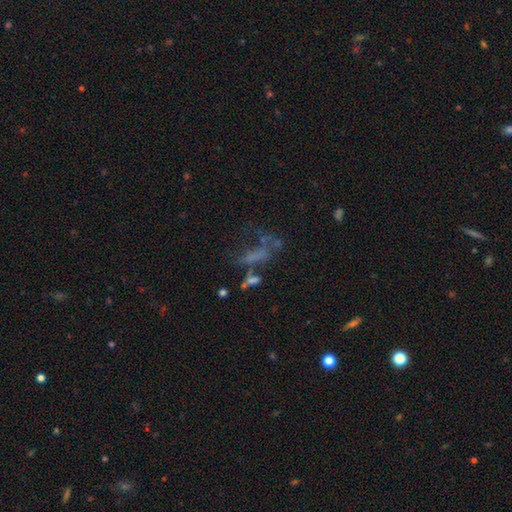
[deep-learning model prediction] A featured or disk galaxy (40%). Merging: major disturbance (34%).